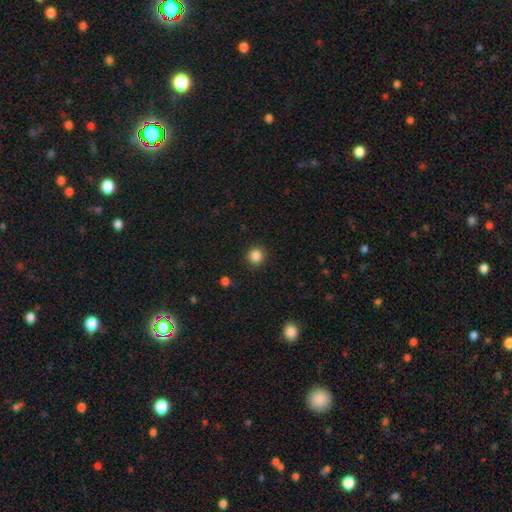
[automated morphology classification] A smooth galaxy with no disk features (86%) that is round (92%).

Vote fractions:
- Smooth or featured? smooth: 86% / star or artifact: 11% / featured or disk: 3%
- How rounded? round: 92% / in between: 7% / cigar-shaped: 1%
- Merging? none: 90% / minor disturbance: 6% / major disturbance: 2% / merger: 1%